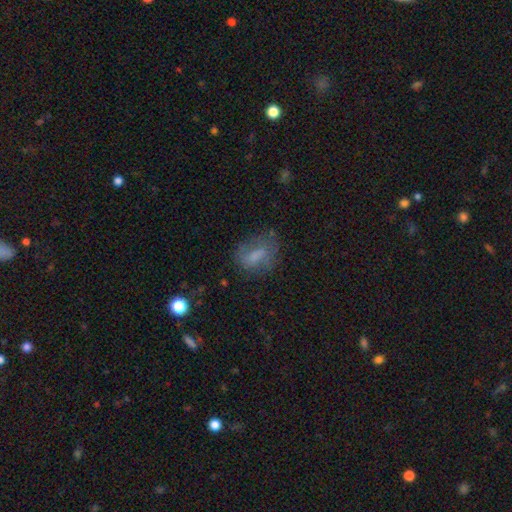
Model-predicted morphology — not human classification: A smooth galaxy with no disk features (60%) that is in between round and cigar-shaped (67%).

Vote fractions:
- Smooth or featured? smooth: 60% / featured or disk: 29% / star or artifact: 12%
- How rounded? in between: 67% / round: 27% / cigar-shaped: 6%
- Merging? none: 55% / minor disturbance: 25% / major disturbance: 17% / merger: 3%